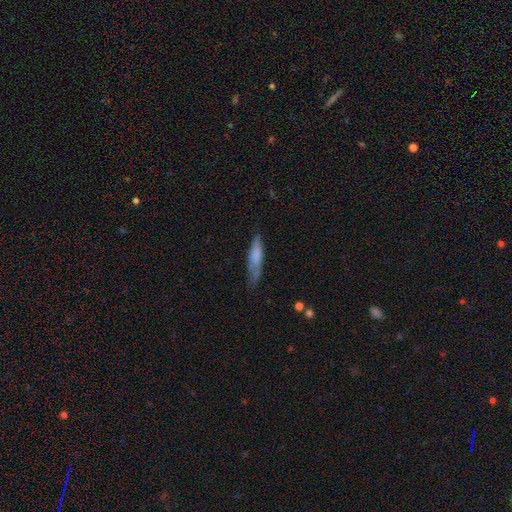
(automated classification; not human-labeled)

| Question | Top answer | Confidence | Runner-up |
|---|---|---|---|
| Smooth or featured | smooth | 65% | featured or disk (28%) |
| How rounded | cigar-shaped | 72% | in between (26%) |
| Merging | none | 56% | minor disturbance (31%) |